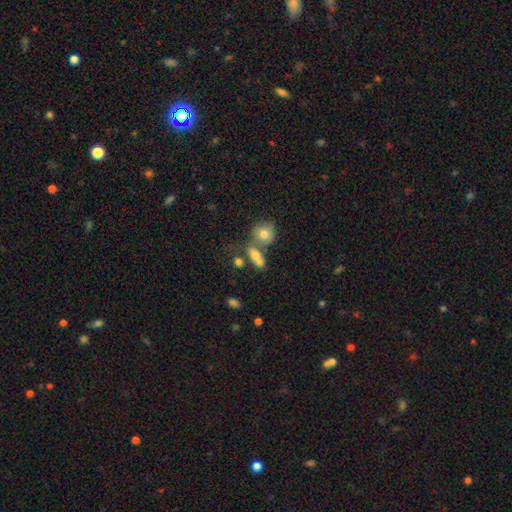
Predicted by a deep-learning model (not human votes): Smooth or featured? smooth (71%)
How rounded? in between (62%)
Merging? merger (42%)